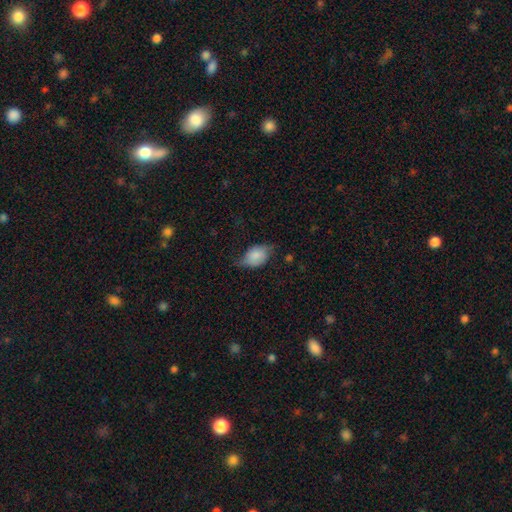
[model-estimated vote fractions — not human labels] Q: Smooth or featured?
A: smooth (75%); runner-up: featured or disk (17%)
Q: How rounded?
A: in between (83%); runner-up: round (16%)
Q: Merging?
A: none (47%); runner-up: minor disturbance (38%)